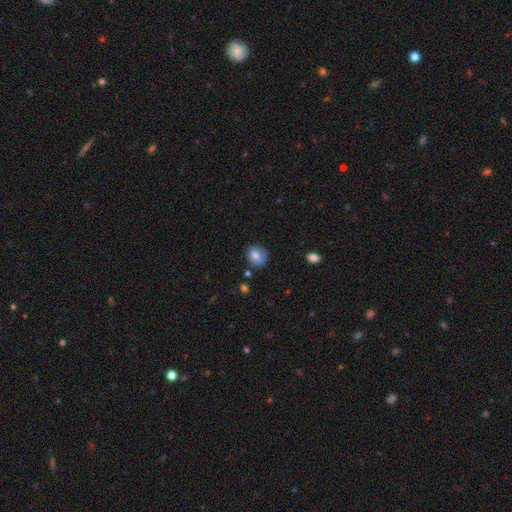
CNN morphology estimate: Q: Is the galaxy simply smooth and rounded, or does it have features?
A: smooth — 69%.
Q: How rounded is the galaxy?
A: round — 64%.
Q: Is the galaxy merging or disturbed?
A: none — 66%.